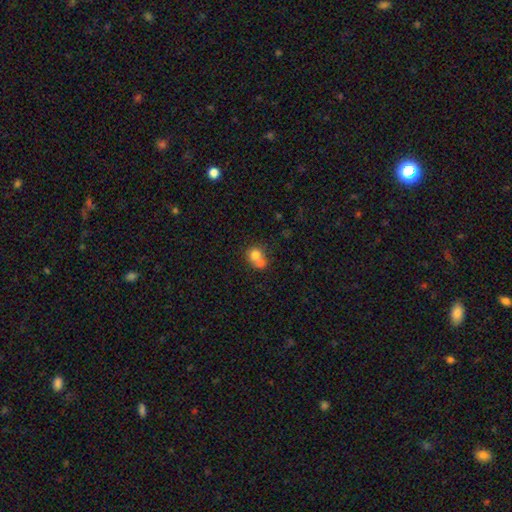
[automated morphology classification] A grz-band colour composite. It shows a smooth galaxy with no disk features (73%) that is round (75%). Merging: merger (62%).